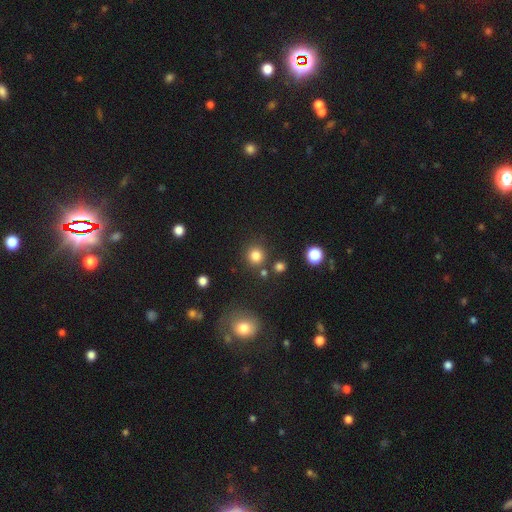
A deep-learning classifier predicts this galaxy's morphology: A smooth galaxy with no disk features (81%) that is round (91%).

Vote fractions:
- Smooth or featured? smooth: 81% / star or artifact: 14% / featured or disk: 5%
- How rounded? round: 91% / in between: 8% / cigar-shaped: 1%
- Merging? none: 82% / minor disturbance: 8% / merger: 7% / major disturbance: 3%